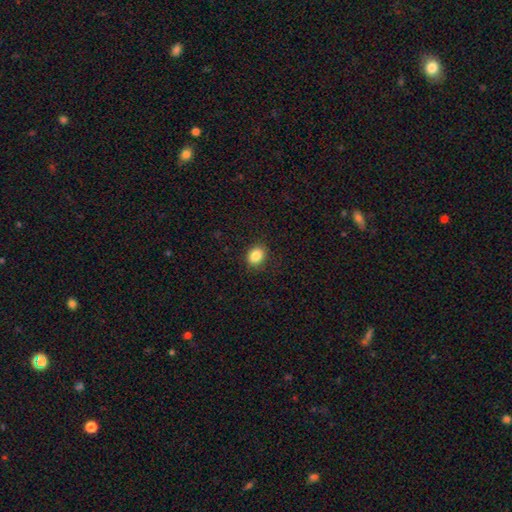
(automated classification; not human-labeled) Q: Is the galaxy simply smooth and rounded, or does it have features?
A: smooth — 86%.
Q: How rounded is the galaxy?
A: in between — 56%.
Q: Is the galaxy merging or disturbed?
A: none — 88%.